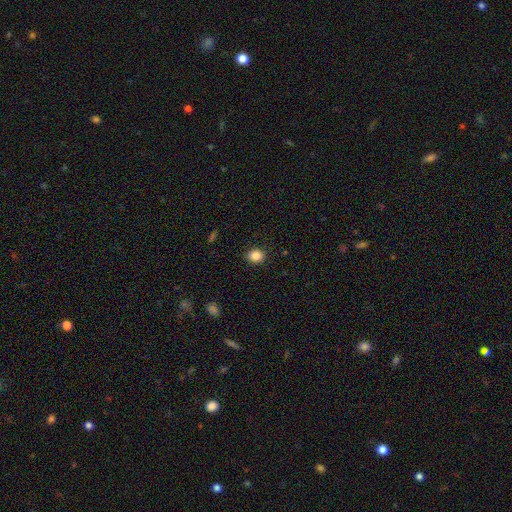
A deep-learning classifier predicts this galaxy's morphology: This appears to be a smooth galaxy with no disk features (86%) that is round (61%). Merging: none (89%).